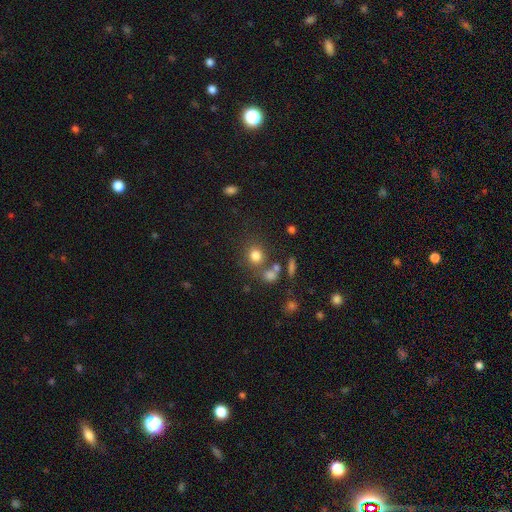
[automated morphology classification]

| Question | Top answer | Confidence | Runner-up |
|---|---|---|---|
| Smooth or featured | smooth | 78% | star or artifact (14%) |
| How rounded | round | 83% | in between (16%) |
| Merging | none | 69% | merger (15%) |